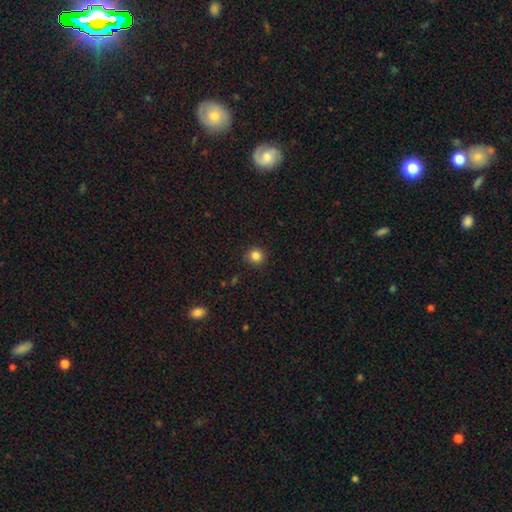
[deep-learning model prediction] Smooth or featured?
  - smooth: 85% *
  - star or artifact: 11%
  - featured or disk: 4%
How rounded?
  - round: 91% *
  - in between: 8%
  - cigar-shaped: 1%
Merging?
  - none: 90% *
  - minor disturbance: 7%
  - major disturbance: 2%
  - merger: 1%